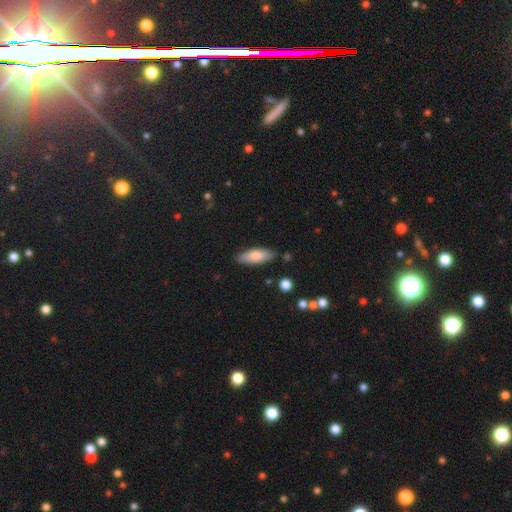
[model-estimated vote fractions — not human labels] smooth-or-featured: smooth: 76% | featured or disk: 18% | star or artifact: 6%
  how-rounded: in between: 64% | cigar-shaped: 34% | round: 2%
  merging: none: 84% | minor disturbance: 11% | merger: 2% | major disturbance: 2%